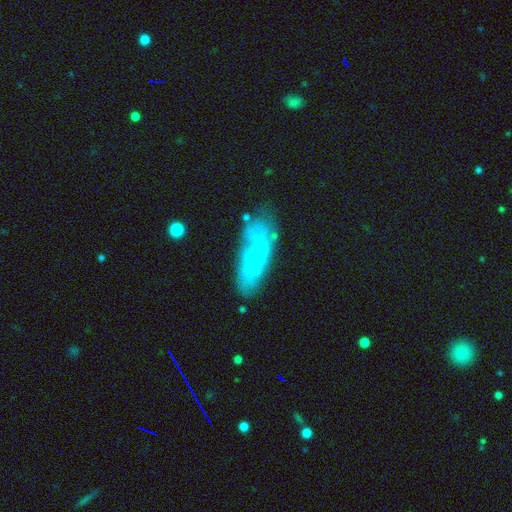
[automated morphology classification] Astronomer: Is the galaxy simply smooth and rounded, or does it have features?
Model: featured or disk — 57% (runner-up: smooth, 33%).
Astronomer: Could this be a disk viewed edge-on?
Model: no — 87%.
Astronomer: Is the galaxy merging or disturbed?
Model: none — 60%.